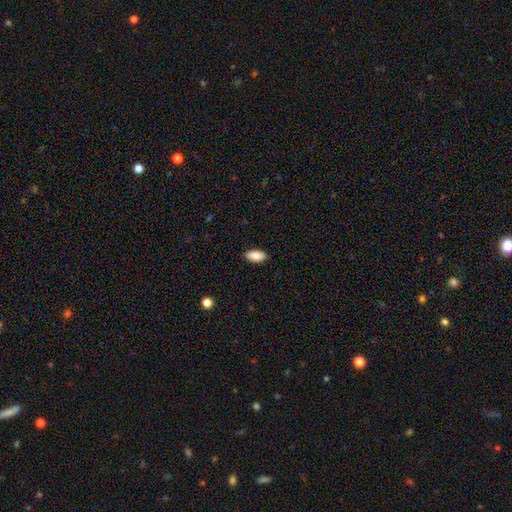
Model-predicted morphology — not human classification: type=smooth (85%); roundness=in between (91%); merging=none (89%).